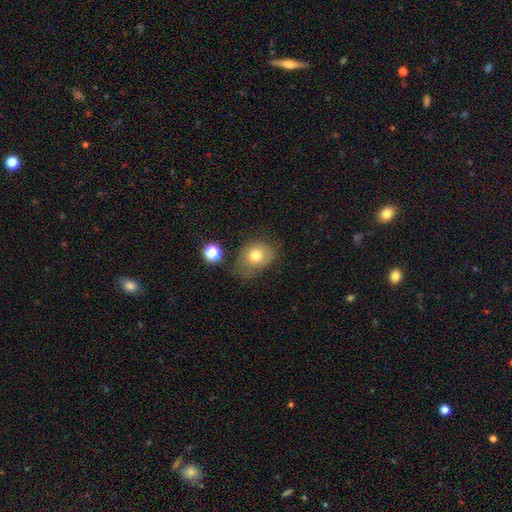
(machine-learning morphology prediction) Smooth or featured? smooth (74%)
How rounded? in between (56%)
Merging? none (52%)